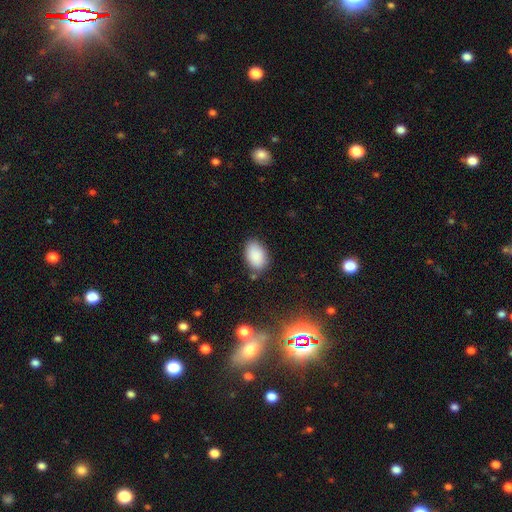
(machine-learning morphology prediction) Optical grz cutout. It shows a smooth galaxy with no disk features (88%) that is in between round and cigar-shaped (89%). Merging: none (78%).